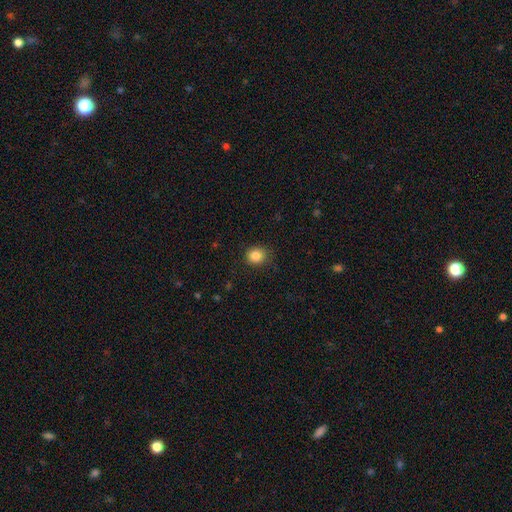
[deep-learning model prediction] A smooth galaxy with no disk features (85%) that is round (81%).

Vote fractions:
- Smooth or featured? smooth: 85% / star or artifact: 11% / featured or disk: 5%
- How rounded? round: 81% / in between: 18% / cigar-shaped: 1%
- Merging? none: 84% / minor disturbance: 12% / major disturbance: 3% / merger: 1%